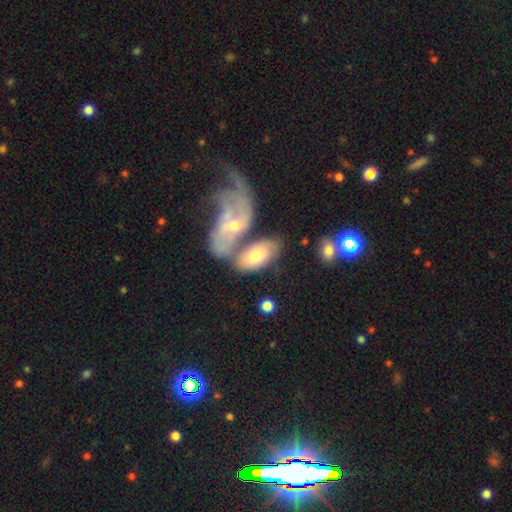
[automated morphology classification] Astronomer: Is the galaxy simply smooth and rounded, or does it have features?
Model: smooth — 64%.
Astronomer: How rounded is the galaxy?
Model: in between — 93%.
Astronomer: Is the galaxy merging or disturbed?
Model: merger — 47% (runner-up: none, 31%).